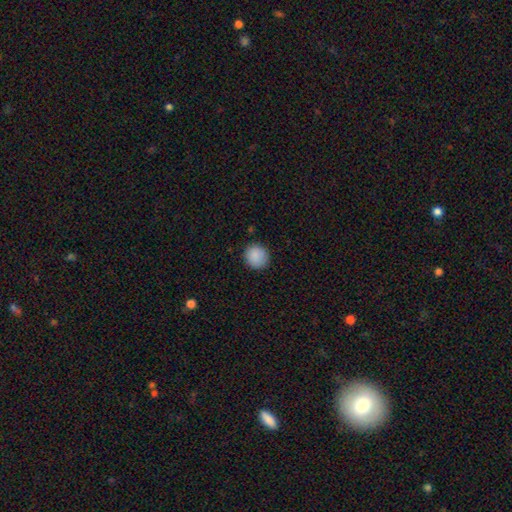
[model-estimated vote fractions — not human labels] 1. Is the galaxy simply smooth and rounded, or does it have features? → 89% smooth, 8% star or artifact, 3% featured or disk.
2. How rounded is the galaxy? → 92% round, 7% in between, 1% cigar-shaped.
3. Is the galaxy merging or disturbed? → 89% none, 8% minor disturbance, 2% major disturbance, 1% merger.